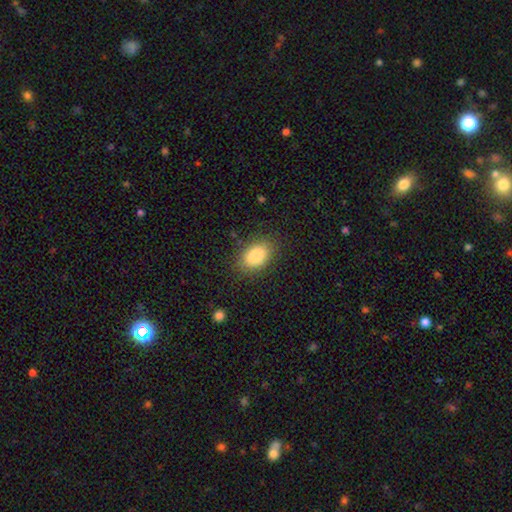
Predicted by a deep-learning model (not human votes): Smooth or featured? smooth (87%)
How rounded? in between (87%)
Merging? none (83%)